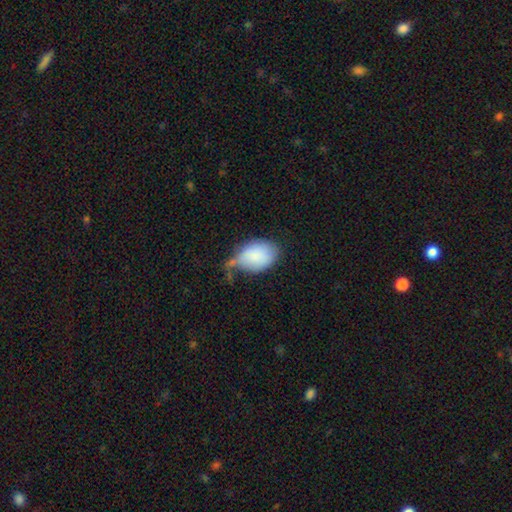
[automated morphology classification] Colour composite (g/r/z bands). It shows a smooth galaxy with no disk features (83%) that is in between round and cigar-shaped (82%). Merging: minor disturbance (38%).